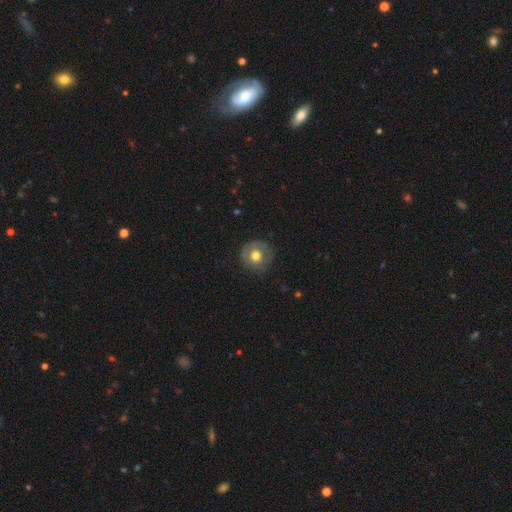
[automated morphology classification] Overall: smooth (61%; featured or disk 31%). How rounded: round (93%). Merging: none (78%).